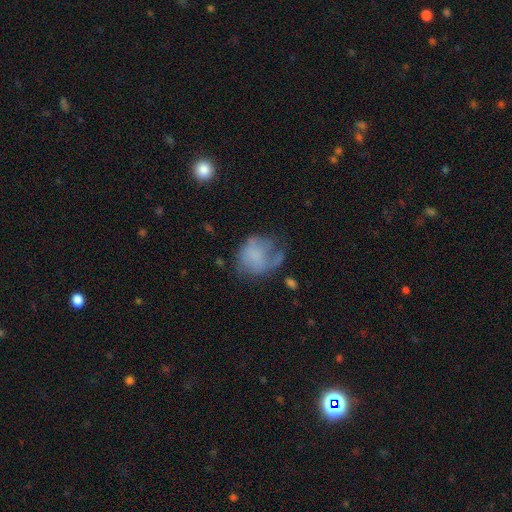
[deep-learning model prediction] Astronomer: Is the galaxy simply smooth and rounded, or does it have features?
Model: smooth — 54% (runner-up: featured or disk, 36%).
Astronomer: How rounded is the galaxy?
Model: round — 56% (runner-up: in between, 43%).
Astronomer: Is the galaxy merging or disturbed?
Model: major disturbance — 39% (runner-up: none, 31%).